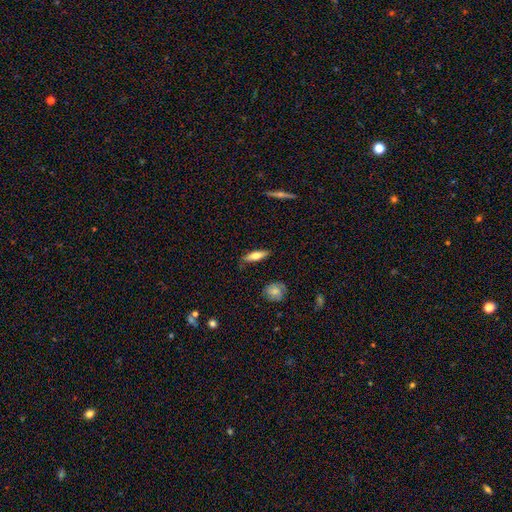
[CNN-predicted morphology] This appears to be a smooth galaxy with no disk features (65%) that is cigar-shaped (49%). Merging: none (83%).